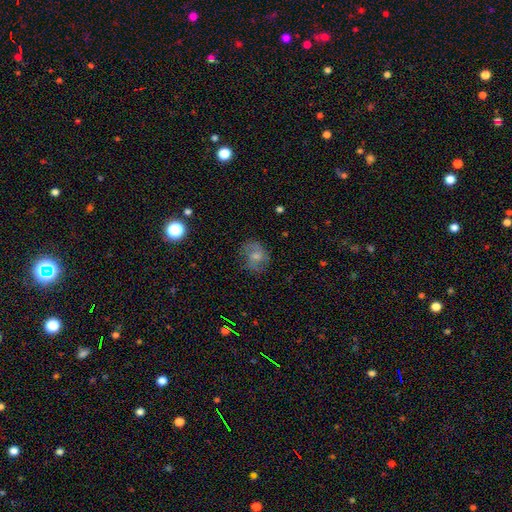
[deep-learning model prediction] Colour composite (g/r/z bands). It shows a smooth galaxy with no disk features (60%) that is round (51%). Merging: none (61%).